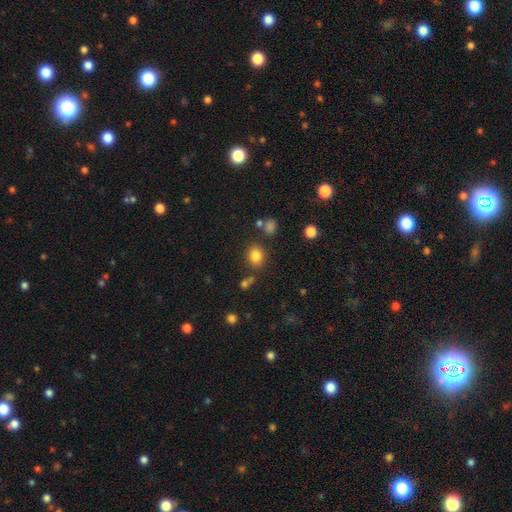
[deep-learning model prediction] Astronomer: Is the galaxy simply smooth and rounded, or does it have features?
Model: smooth — 82%.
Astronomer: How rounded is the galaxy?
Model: round — 64%.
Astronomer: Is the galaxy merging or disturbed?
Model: none — 78%.